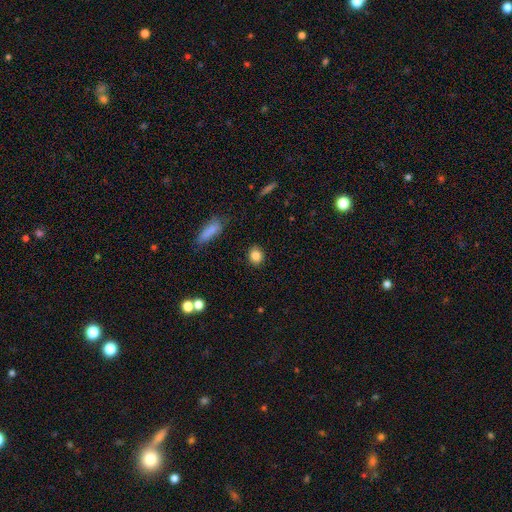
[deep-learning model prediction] Smooth or featured?
  - smooth: 85% *
  - star or artifact: 9%
  - featured or disk: 5%
How rounded?
  - round: 64% *
  - in between: 34%
  - cigar-shaped: 2%
Merging?
  - none: 89% *
  - minor disturbance: 8%
  - major disturbance: 2%
  - merger: 1%